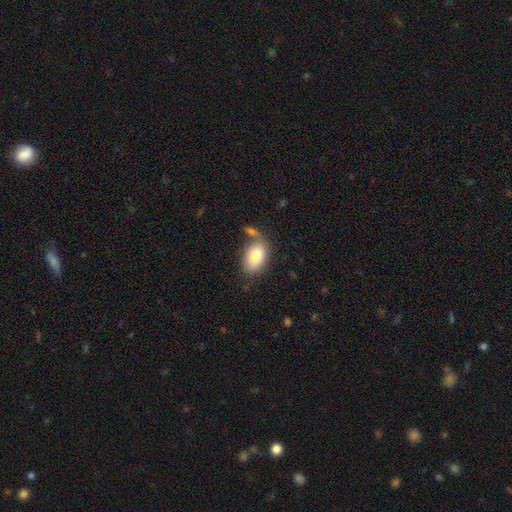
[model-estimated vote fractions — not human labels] smooth 82%, featured or disk 11%, star or artifact 6%. Down the decision tree: how rounded — in between (91%); merging — none (59%).